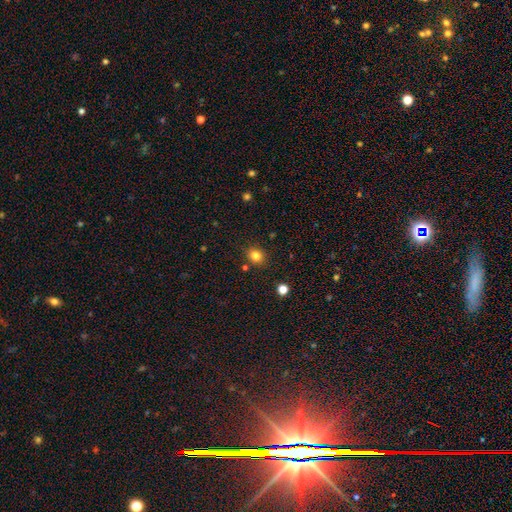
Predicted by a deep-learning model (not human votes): Overall: smooth (81%). How rounded: round (70%; in between 30%). Merging: none (85%).